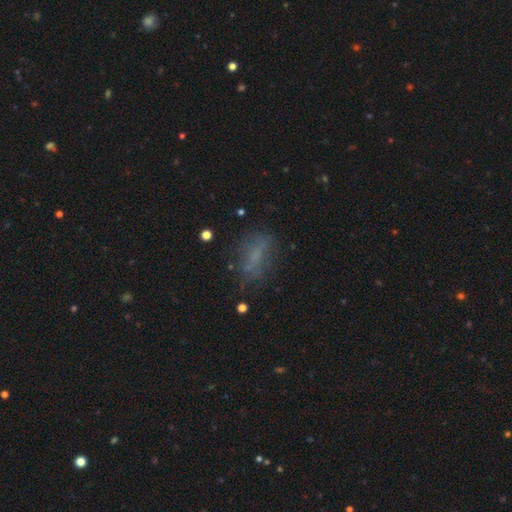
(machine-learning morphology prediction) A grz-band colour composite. It shows a smooth galaxy with no disk features (58%) that is in between round and cigar-shaped (68%). Merging: none (60%).